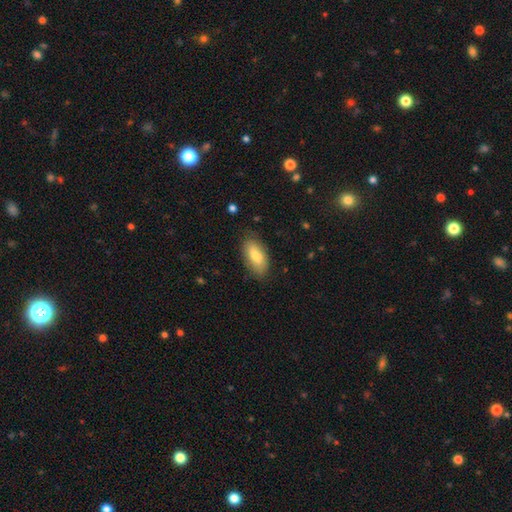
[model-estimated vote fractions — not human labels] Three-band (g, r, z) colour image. It shows a smooth galaxy with no disk features (76%) that is in between round and cigar-shaped (90%). Merging: none (78%).